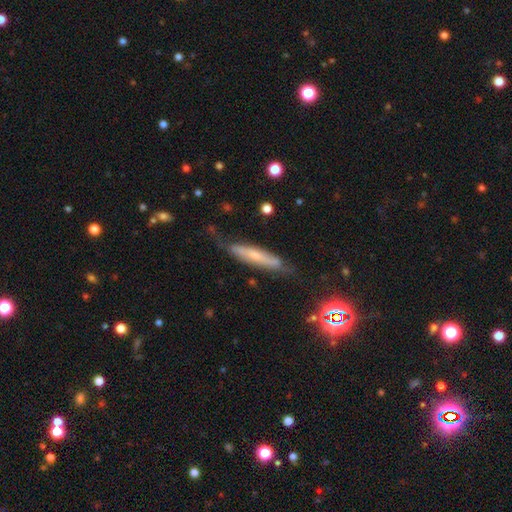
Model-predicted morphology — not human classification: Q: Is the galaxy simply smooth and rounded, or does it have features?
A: featured or disk — 48%.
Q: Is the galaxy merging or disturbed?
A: none — 62%.